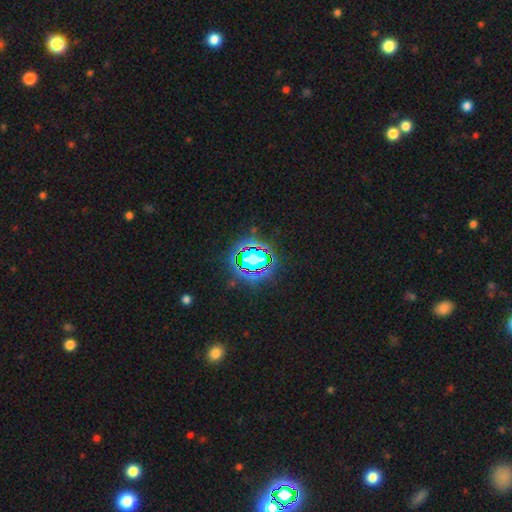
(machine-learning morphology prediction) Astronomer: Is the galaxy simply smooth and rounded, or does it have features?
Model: star or artifact — 69%.